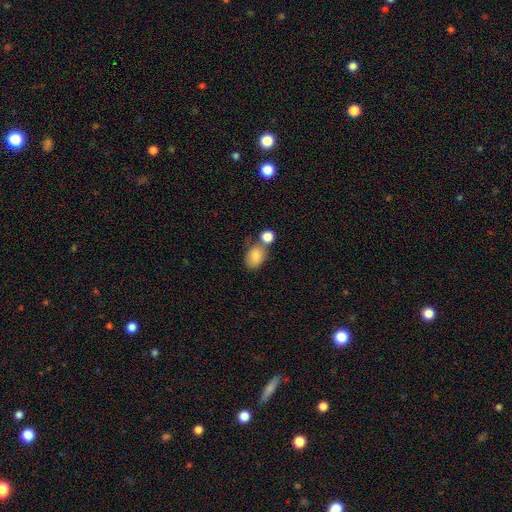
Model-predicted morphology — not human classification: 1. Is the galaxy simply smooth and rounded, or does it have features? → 81% smooth, 10% featured or disk, 8% star or artifact.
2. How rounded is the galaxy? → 73% in between, 26% round, 1% cigar-shaped.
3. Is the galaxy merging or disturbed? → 46% none, 32% merger, 16% minor disturbance, 6% major disturbance.